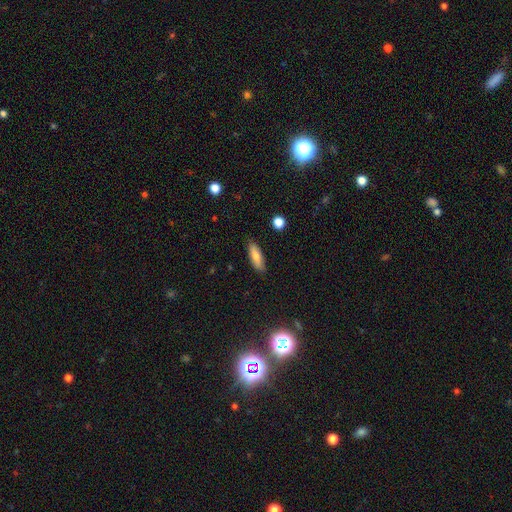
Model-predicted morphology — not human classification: Smooth or featured? Predicted: smooth (p=0.76). How rounded? Predicted: in between (p=0.54). Merging? Predicted: none (p=0.86).